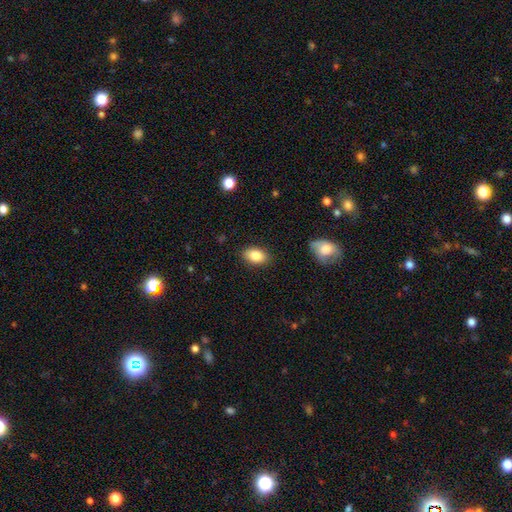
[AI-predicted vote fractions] smooth 84%, featured or disk 8%, star or artifact 8%. Down the decision tree: how rounded — in between (88%); merging — none (87%).